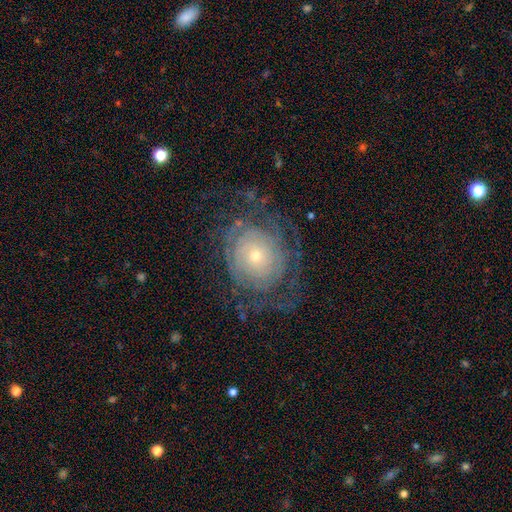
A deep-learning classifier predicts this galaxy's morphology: Smooth or featured?
  - featured or disk: 74% *
  - smooth: 18%
  - star or artifact: 8%
Edge-on disk?
  - no: 96% *
  - yes: 4%
Bar?
  - no: 84% *
  - weak: 12%
  - strong: 3%
Spiral arms?
  - yes: 83% *
  - no: 17%
Spiral winding?
  - tight: 74% *
  - medium: 18%
  - loose: 8%
Spiral arm count?
  - can't tell: 54% *
  - 2: 15%
  - 3: 9%
  - 4: 9%
  - more than 4: 7%
  - 1: 6%
Bulge size?
  - small: 69% *
  - moderate: 26%
  - large: 3%
  - dominant: 1%
  - none: 1%
Merging?
  - none: 65% *
  - minor disturbance: 17%
  - major disturbance: 16%
  - merger: 1%